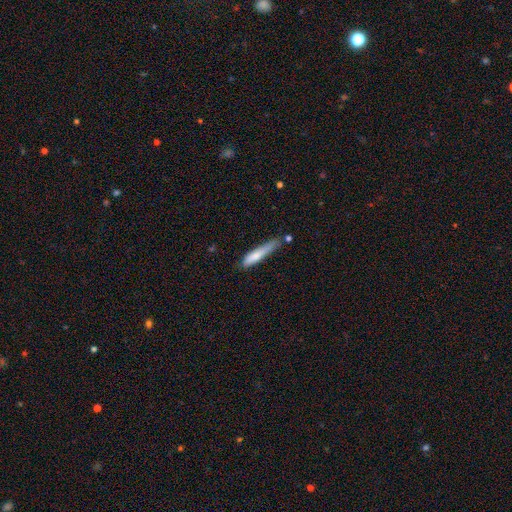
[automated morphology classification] A smooth galaxy with no disk features (73%) that is cigar-shaped (86%). Merging: none (44%).